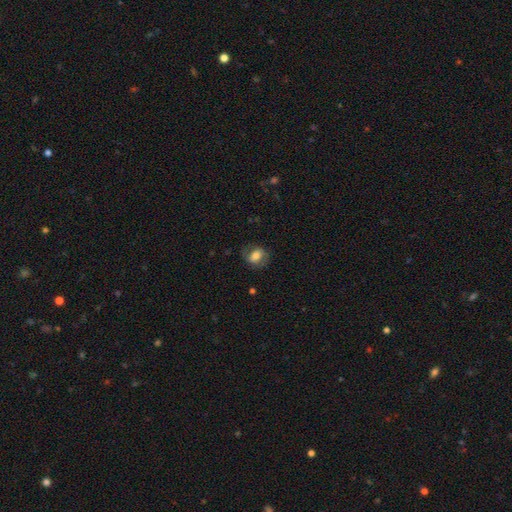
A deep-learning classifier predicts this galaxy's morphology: This appears to be a smooth galaxy with no disk features (59%) that is in between round and cigar-shaped (59%). Merging: none (69%).